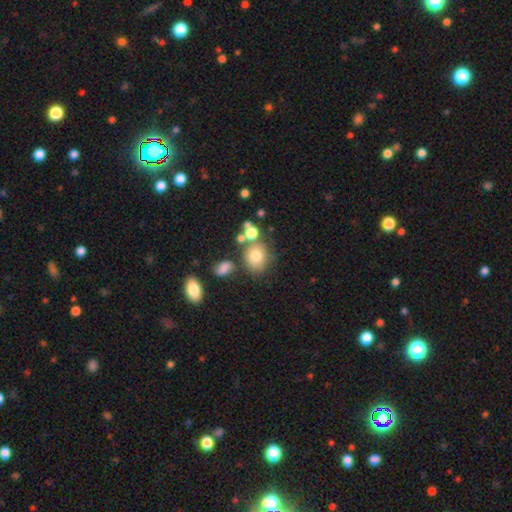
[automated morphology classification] Smooth or featured?
  - smooth: 74% *
  - star or artifact: 13%
  - featured or disk: 12%
How rounded?
  - round: 70% *
  - in between: 29%
  - cigar-shaped: 1%
Merging?
  - none: 61% *
  - merger: 19%
  - minor disturbance: 14%
  - major disturbance: 6%